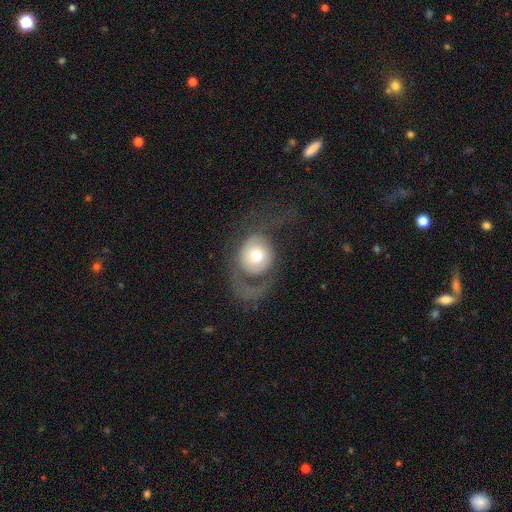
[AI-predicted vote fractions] Smooth or featured? Predicted: smooth (p=0.53). How rounded? Predicted: round (p=0.77). Merging? Predicted: major disturbance (p=0.50).